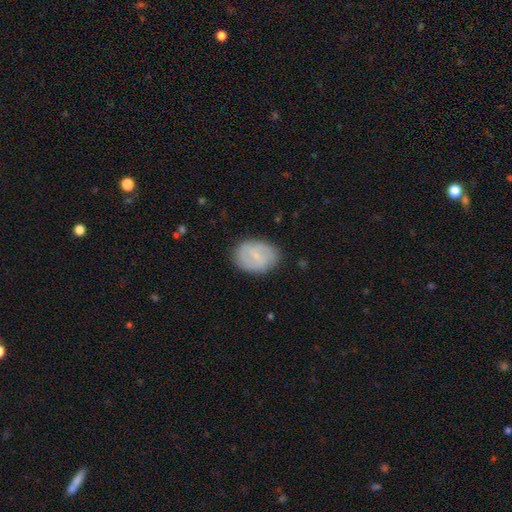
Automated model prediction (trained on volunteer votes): A featured or disk galaxy (48%). Merging: none (81%).